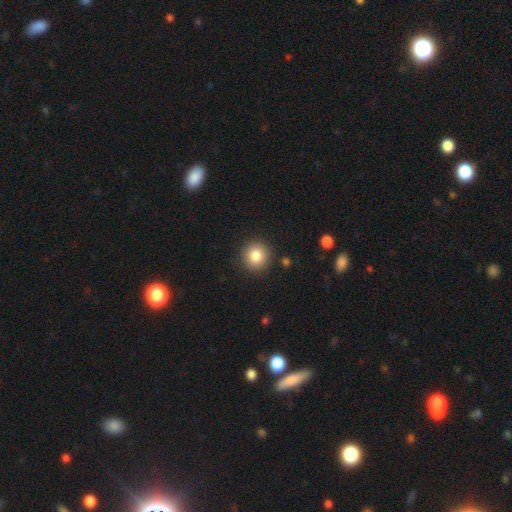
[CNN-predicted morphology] smooth_or_featured: smooth (p=0.84) [alt: star or artifact p=0.09]
how_rounded: round (p=0.92) [alt: in between p=0.07]
merging: none (p=0.90) [alt: minor disturbance p=0.07]